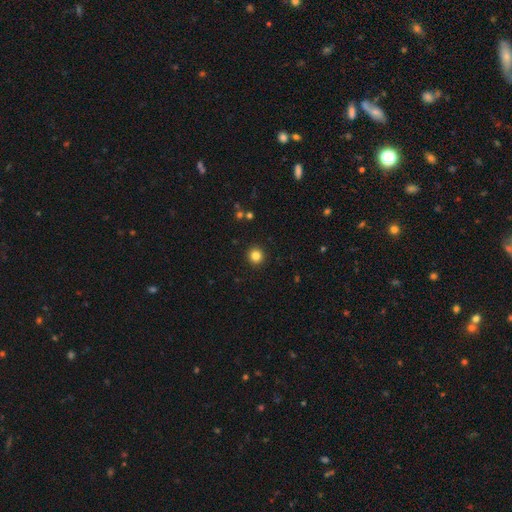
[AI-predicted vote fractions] A smooth galaxy with no disk features (84%) that is round (94%). Merging: none (93%).